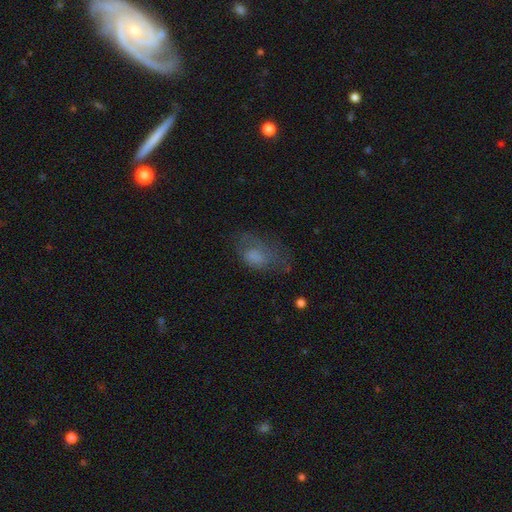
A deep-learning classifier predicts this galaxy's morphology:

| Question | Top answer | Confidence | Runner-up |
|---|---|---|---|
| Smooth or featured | smooth | 59% | featured or disk (29%) |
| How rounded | in between | 86% | round (11%) |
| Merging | none | 40% | major disturbance (31%) |